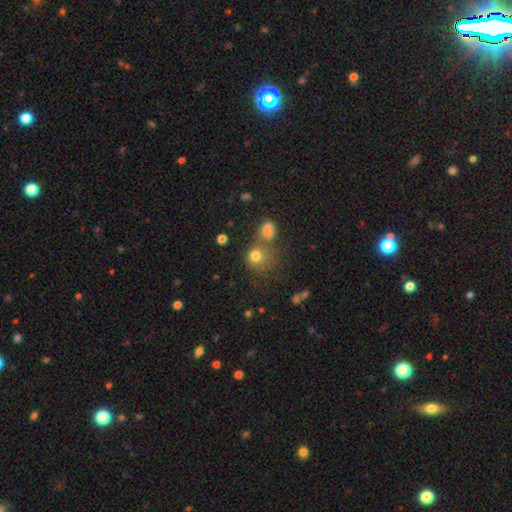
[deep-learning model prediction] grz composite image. It shows a smooth galaxy with no disk features (75%) that is round (78%). Merging: none (46%).